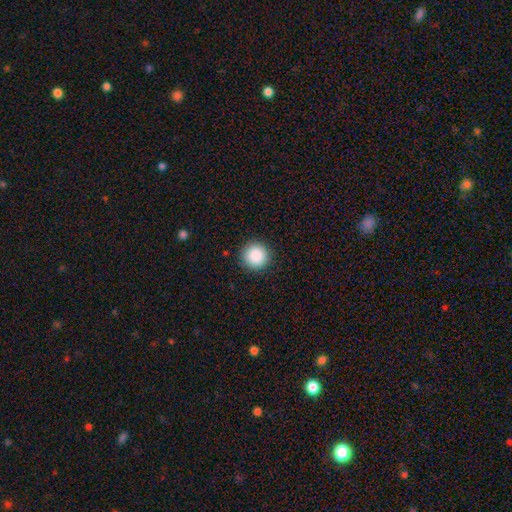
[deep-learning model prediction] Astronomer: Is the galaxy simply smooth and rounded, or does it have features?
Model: smooth — 89%.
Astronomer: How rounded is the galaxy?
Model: round — 96%.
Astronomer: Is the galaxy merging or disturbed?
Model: none — 92%.